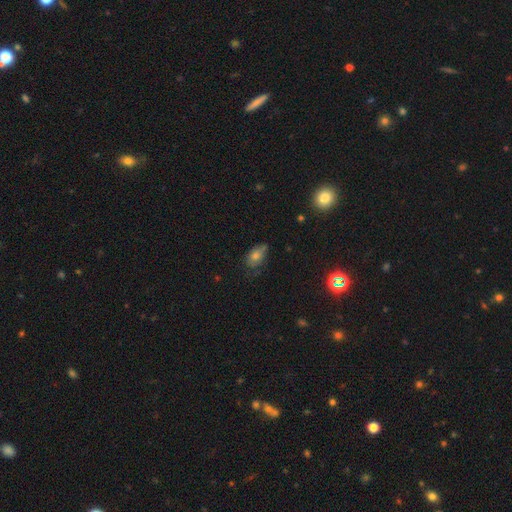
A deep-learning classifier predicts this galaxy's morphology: smooth_or_featured: smooth (p=0.59) [alt: featured or disk p=0.22]
how_rounded: in between (p=0.82) [alt: round p=0.14]
merging: none (p=0.49) [alt: minor disturbance p=0.34]